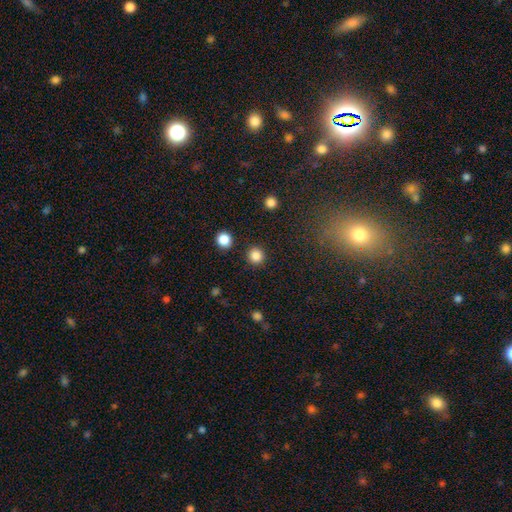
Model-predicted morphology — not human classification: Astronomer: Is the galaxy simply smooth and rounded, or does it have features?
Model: smooth — 85%.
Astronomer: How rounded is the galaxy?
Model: round — 93%.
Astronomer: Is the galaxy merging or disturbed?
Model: none — 90%.